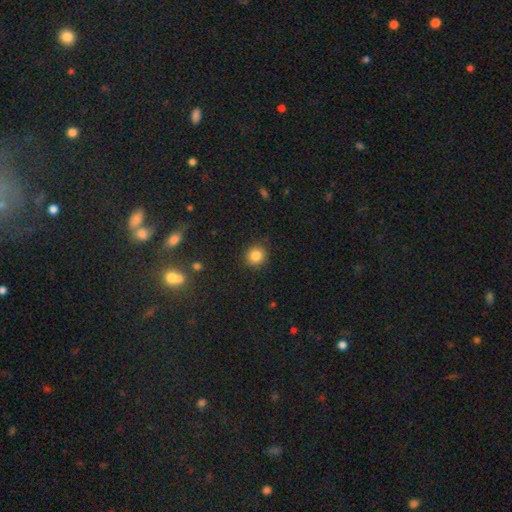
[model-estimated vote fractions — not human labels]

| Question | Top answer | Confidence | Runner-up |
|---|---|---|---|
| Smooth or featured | smooth | 84% | star or artifact (11%) |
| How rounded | round | 92% | in between (7%) |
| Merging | none | 90% | minor disturbance (7%) |